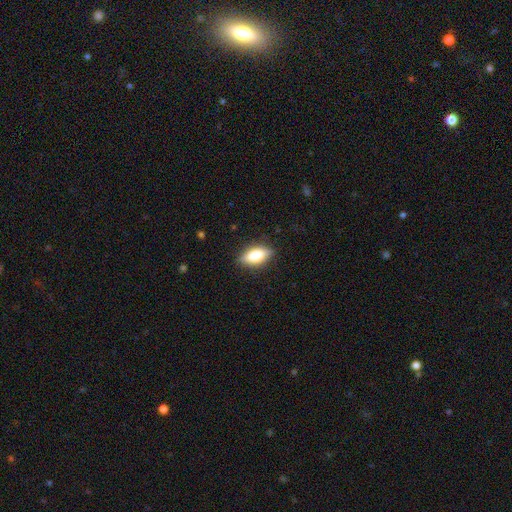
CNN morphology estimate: A smooth galaxy with no disk features (75%) that is in between round and cigar-shaped (84%).

Vote fractions:
- Smooth or featured? smooth: 75% / featured or disk: 18% / star or artifact: 7%
- How rounded? in between: 84% / cigar-shaped: 11% / round: 4%
- Merging? none: 85% / minor disturbance: 12% / major disturbance: 3% / merger: 1%